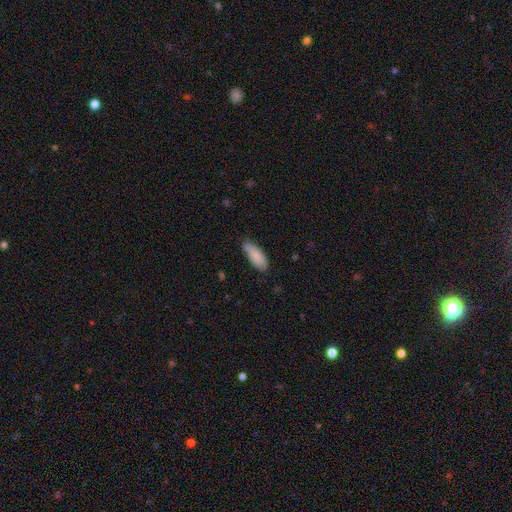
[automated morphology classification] Smooth or featured?
  - smooth: 84% *
  - featured or disk: 9%
  - star or artifact: 6%
How rounded?
  - in between: 76% *
  - cigar-shaped: 22%
  - round: 2%
Merging?
  - none: 67% *
  - minor disturbance: 27%
  - major disturbance: 4%
  - merger: 2%